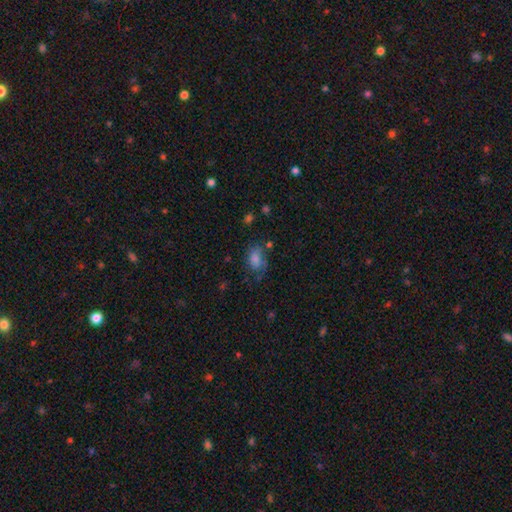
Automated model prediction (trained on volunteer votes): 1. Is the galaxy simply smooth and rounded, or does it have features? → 50% smooth, 25% featured or disk, 24% star or artifact.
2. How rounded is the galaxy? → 76% in between, 22% round, 2% cigar-shaped.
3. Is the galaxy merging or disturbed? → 62% none, 22% minor disturbance, 12% major disturbance, 4% merger.